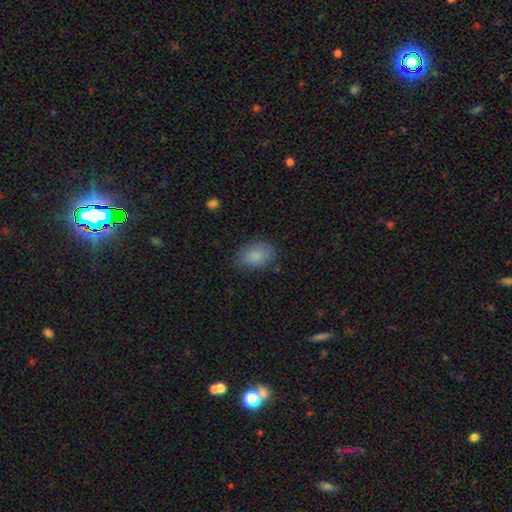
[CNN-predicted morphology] A smooth galaxy with no disk features (86%) that is in between round and cigar-shaped (83%).

Vote fractions:
- Smooth or featured? smooth: 86% / star or artifact: 7% / featured or disk: 6%
- How rounded? in between: 83% / round: 16% / cigar-shaped: 1%
- Merging? none: 78% / minor disturbance: 17% / major disturbance: 4% / merger: 1%